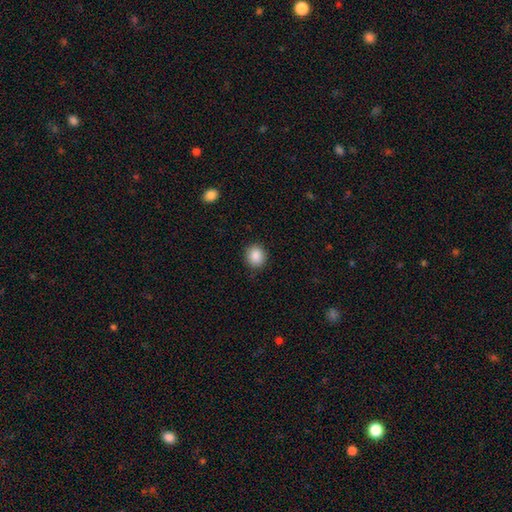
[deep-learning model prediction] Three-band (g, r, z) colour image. It shows a smooth galaxy with no disk features (88%) that is round (79%). Merging: none (88%).